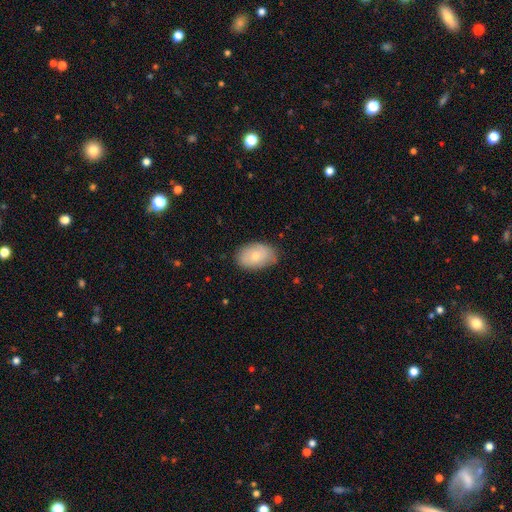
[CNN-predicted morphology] This appears to be a smooth galaxy with no disk features (70%) that is in between round and cigar-shaped (86%). Merging: none (75%).